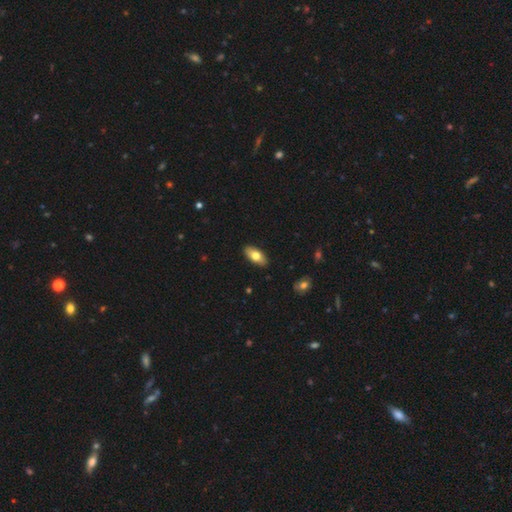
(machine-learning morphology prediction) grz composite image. It shows a smooth galaxy with no disk features (72%) that is in between round and cigar-shaped (88%). Merging: none (90%).